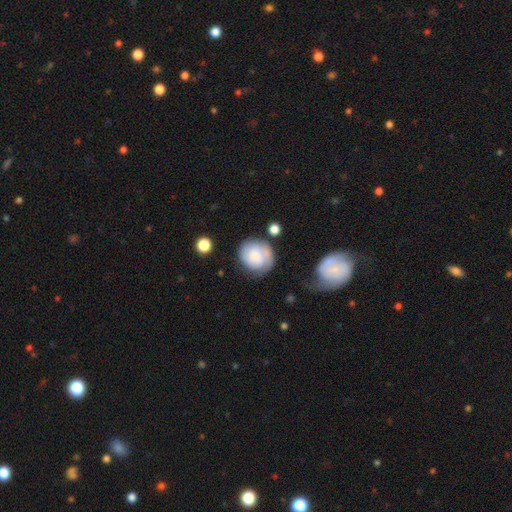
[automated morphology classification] Overall: smooth (47%; featured or disk 45%). Merging: none (62%; minor disturbance 22%).